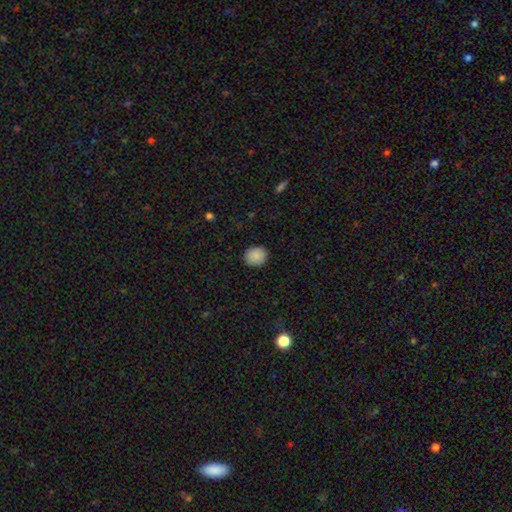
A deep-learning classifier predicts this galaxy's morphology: This is clearly a smooth galaxy (88%). How rounded: clearly round (81%). Merging: clearly none (90%).